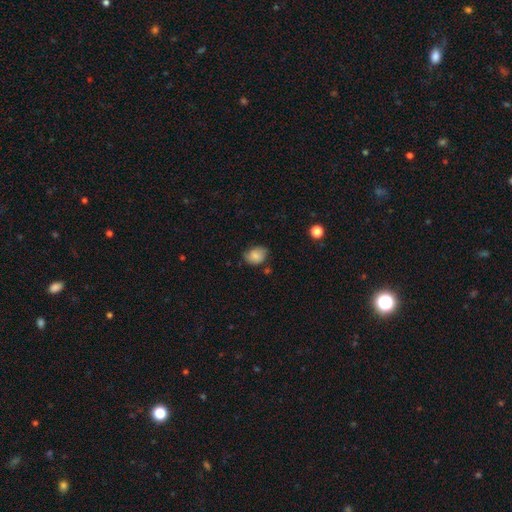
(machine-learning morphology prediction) smooth_or_featured: smooth (p=0.78) [alt: featured or disk p=0.13]
how_rounded: in between (p=0.57) [alt: round p=0.42]
merging: none (p=0.61) [alt: minor disturbance p=0.30]